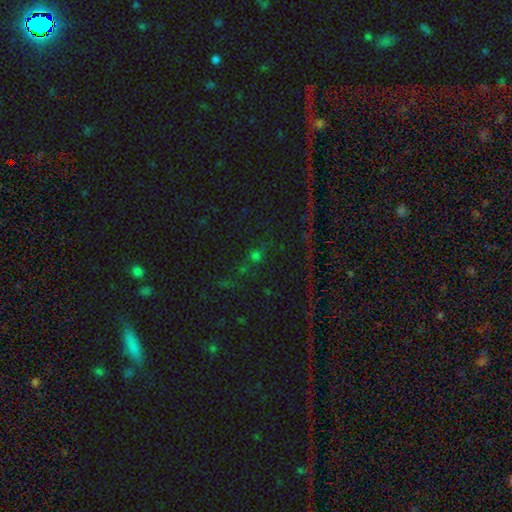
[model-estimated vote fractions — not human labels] Smooth or featured: star or artifact — 49% (smooth — 43%)